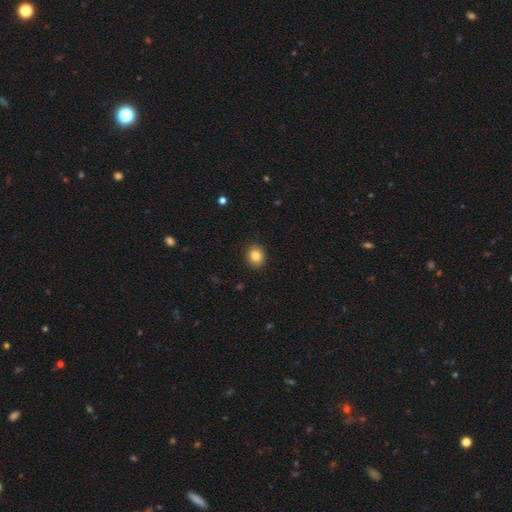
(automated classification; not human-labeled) Morphology: type=smooth (86%); roundness=round (69%); merging=none (90%).